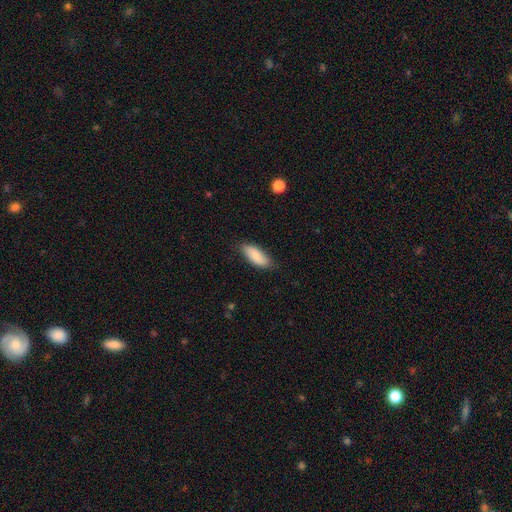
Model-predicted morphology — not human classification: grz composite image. It shows a smooth galaxy with no disk features (84%) that is in between round and cigar-shaped (77%). Merging: none (79%).